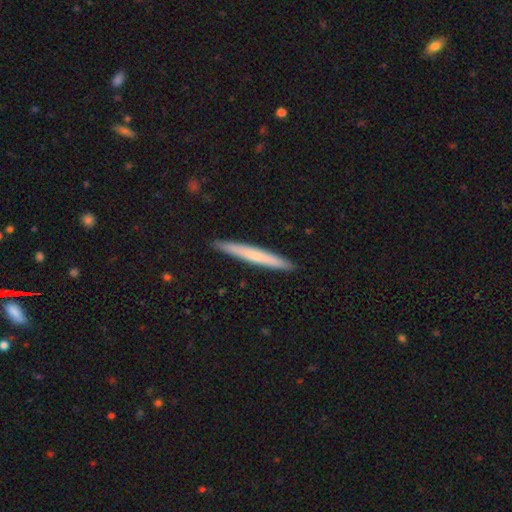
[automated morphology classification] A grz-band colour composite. It shows a smooth galaxy with no disk features (60%) that is cigar-shaped (97%). Merging: none (92%).